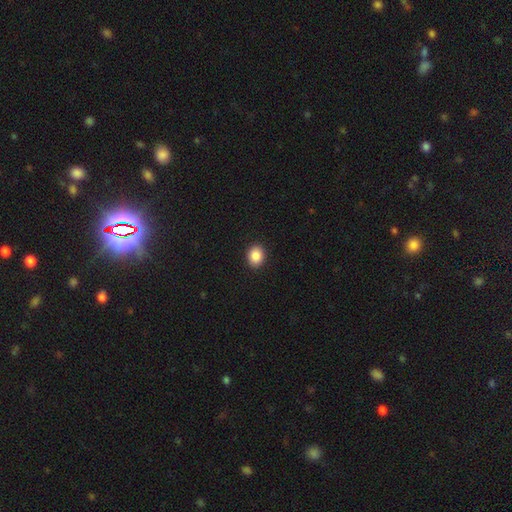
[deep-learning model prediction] This is clearly a smooth galaxy (88%). How rounded: possibly in between (51%). Merging: clearly none (92%).